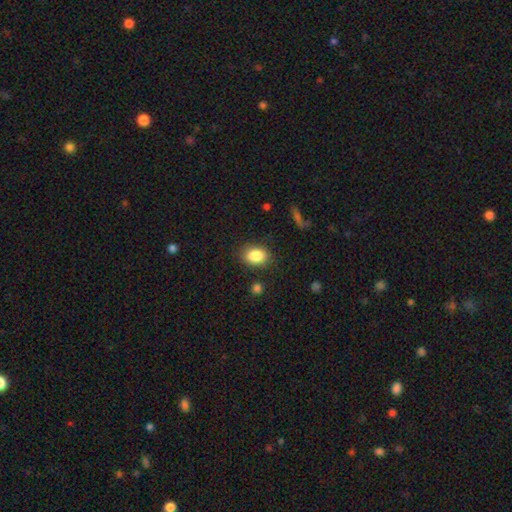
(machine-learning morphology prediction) Smooth or featured: smooth — 87% (star or artifact — 8%)
How rounded: in between — 75% (round — 24%)
Merging: none — 84% (minor disturbance — 11%)